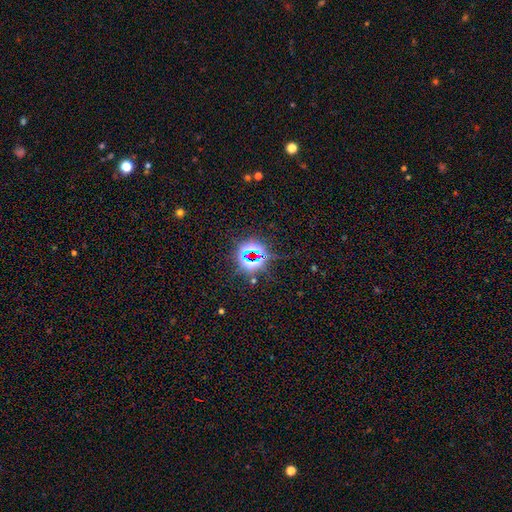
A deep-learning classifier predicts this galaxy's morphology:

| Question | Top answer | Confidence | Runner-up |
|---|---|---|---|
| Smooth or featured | star or artifact | 75% | smooth (16%) |